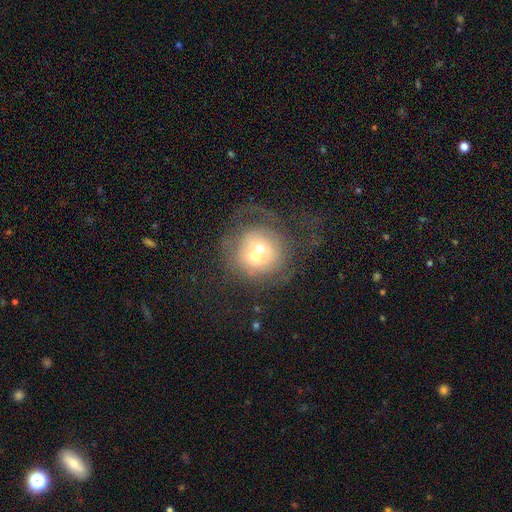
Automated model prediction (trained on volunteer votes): Smooth or featured? Predicted: featured or disk (p=0.47). Merging? Predicted: merger (p=0.51).